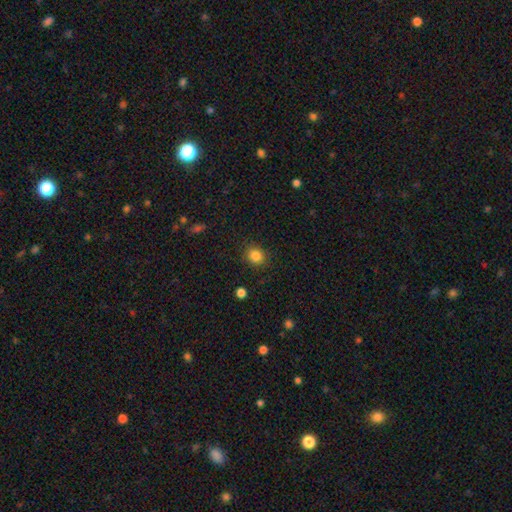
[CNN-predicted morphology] type=smooth (84%); roundness=round (75%); merging=none (87%).